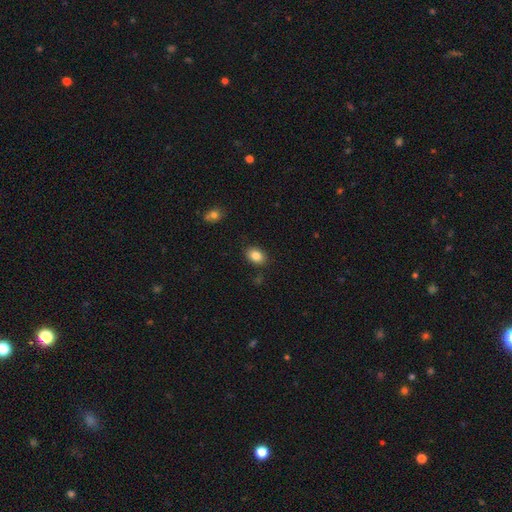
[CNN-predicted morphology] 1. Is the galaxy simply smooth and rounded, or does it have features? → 85% smooth, 9% star or artifact, 7% featured or disk.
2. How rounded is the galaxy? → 78% in between, 20% round, 1% cigar-shaped.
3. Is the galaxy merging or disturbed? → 85% none, 10% minor disturbance, 2% major disturbance, 2% merger.